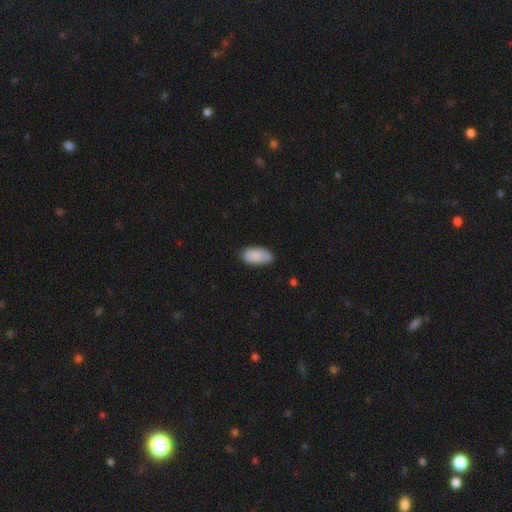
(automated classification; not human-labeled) Morphology: type=smooth (86%); roundness=in between (94%); merging=none (75%).